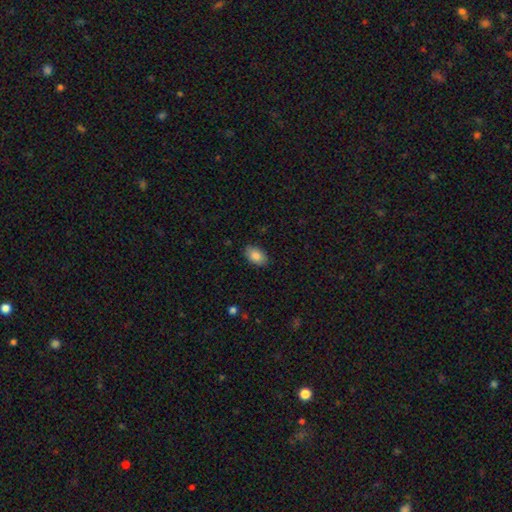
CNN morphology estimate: Smooth or featured?
  - smooth: 86% *
  - star or artifact: 7%
  - featured or disk: 7%
How rounded?
  - in between: 91% *
  - round: 8%
  - cigar-shaped: 1%
Merging?
  - none: 86% *
  - minor disturbance: 10%
  - major disturbance: 2%
  - merger: 1%